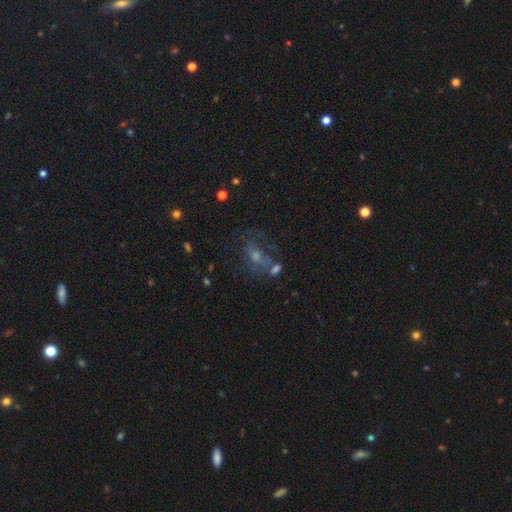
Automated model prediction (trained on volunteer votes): Smooth or featured: featured or disk — 44% (smooth — 29%)
Merging: none — 41% (major disturbance — 22%)